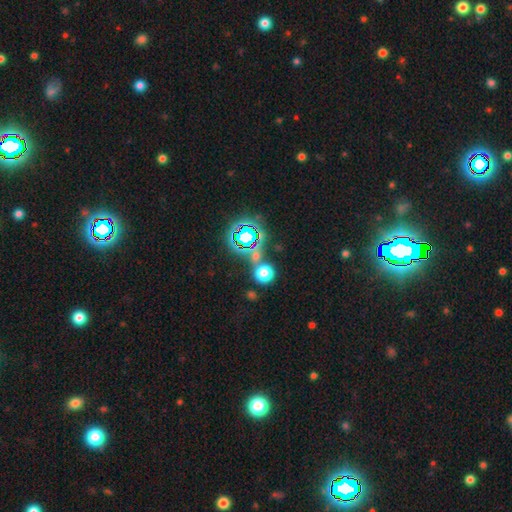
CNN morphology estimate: Smooth or featured? star or artifact (49%)